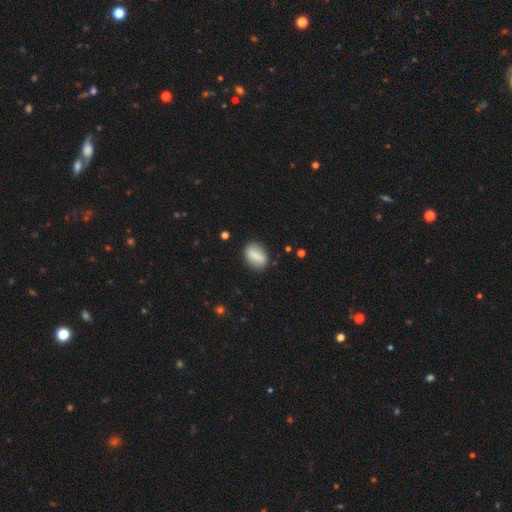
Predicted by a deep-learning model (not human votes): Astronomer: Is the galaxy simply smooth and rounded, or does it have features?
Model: smooth — 74%.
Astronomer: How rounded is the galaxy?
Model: in between — 80%.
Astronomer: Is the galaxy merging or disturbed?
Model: none — 80%.